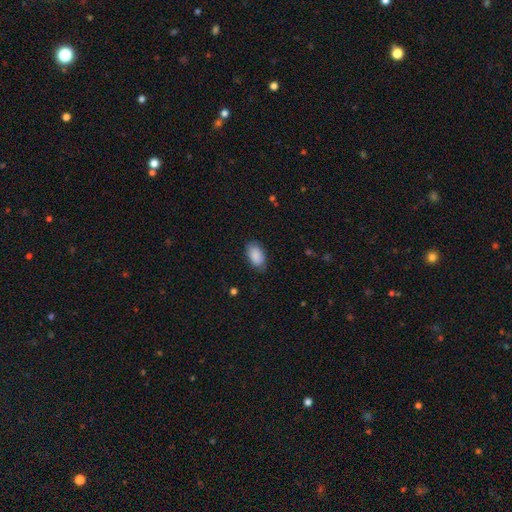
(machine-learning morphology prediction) Smooth or featured? Predicted: smooth (p=0.89). How rounded? Predicted: in between (p=0.94). Merging? Predicted: none (p=0.78).